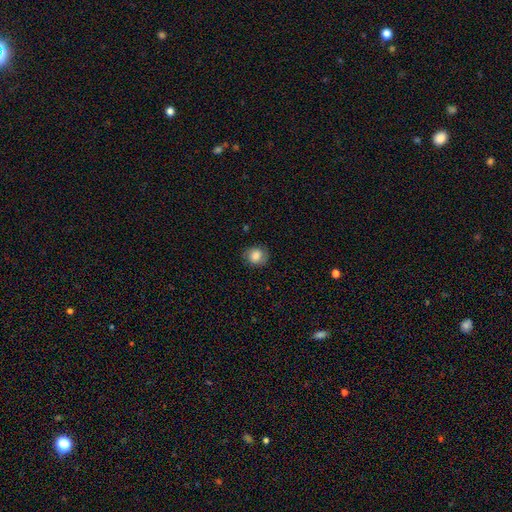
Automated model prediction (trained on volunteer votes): smooth_or_featured: smooth (p=0.80) [alt: featured or disk p=0.11]
how_rounded: round (p=0.75) [alt: in between p=0.24]
merging: none (p=0.79) [alt: minor disturbance p=0.15]